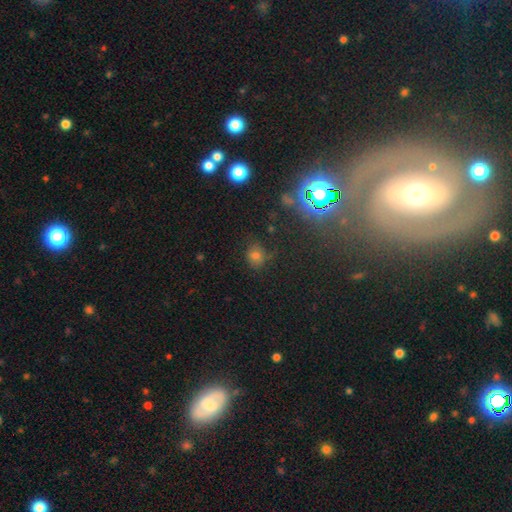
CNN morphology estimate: Smooth or featured: smooth — 59% (star or artifact — 31%)
How rounded: round — 74% (in between — 25%)
Merging: none — 71% (minor disturbance — 18%)